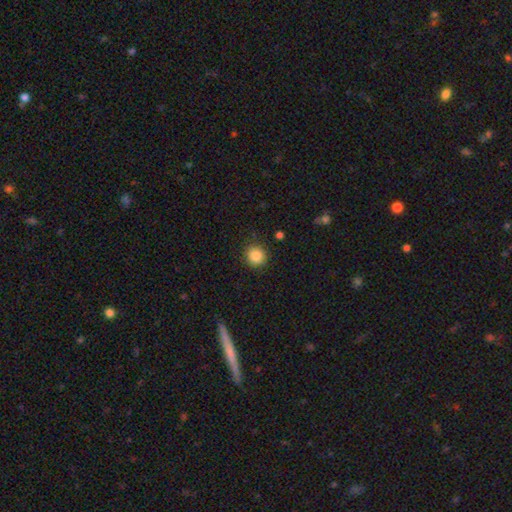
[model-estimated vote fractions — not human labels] smooth_or_featured: smooth (p=0.87) [alt: star or artifact p=0.10]
how_rounded: round (p=0.92) [alt: in between p=0.07]
merging: none (p=0.89) [alt: minor disturbance p=0.08]